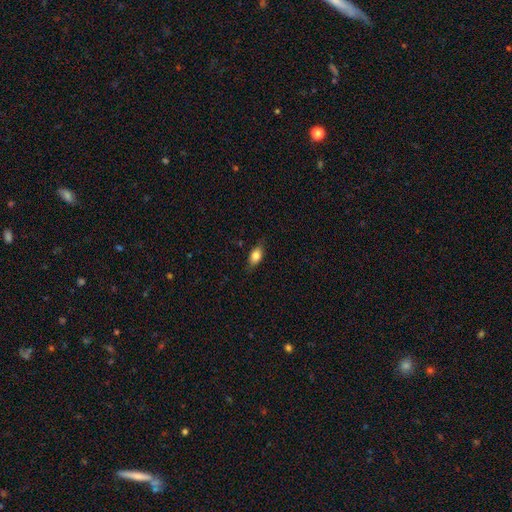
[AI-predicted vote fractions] Smooth or featured? smooth (77%)
How rounded? in between (82%)
Merging? none (79%)